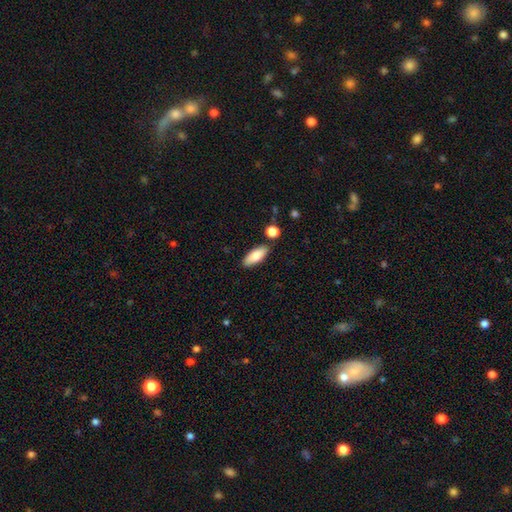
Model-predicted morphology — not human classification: The model was most divided on "how rounded": in between: 77%, cigar-shaped: 21%, round: 2%. More confident: merging — none (84%); smooth or featured — smooth (81%).